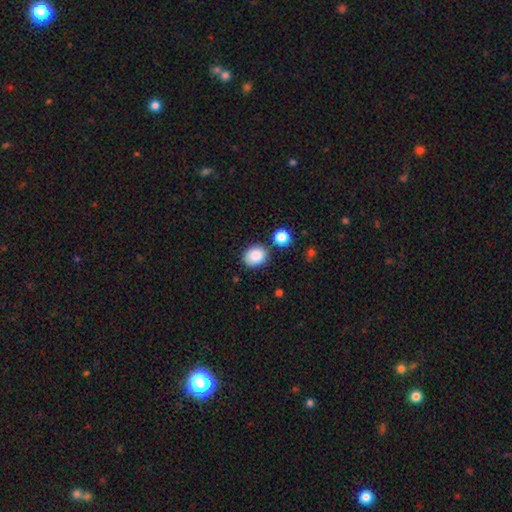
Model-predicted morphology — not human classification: Smooth or featured? smooth (87%)
How rounded? round (54%)
Merging? none (76%)